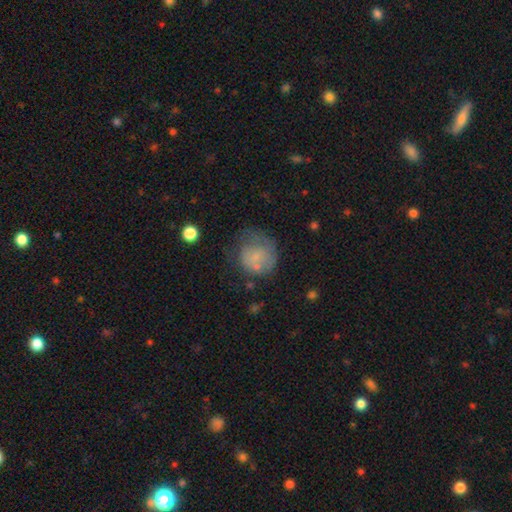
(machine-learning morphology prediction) This is likely a smooth galaxy (62%). How rounded: likely round (80%). Merging: marginally none (41%).